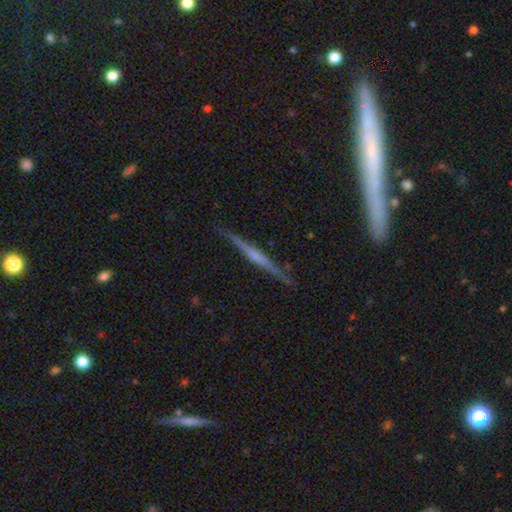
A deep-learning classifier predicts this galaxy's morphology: The model was most divided on "edge-on bulge": none: 44%, rounded: 40%, boxy: 15%. More confident: edge-on disk — yes (98%); merging — none (88%); smooth or featured — featured or disk (70%).